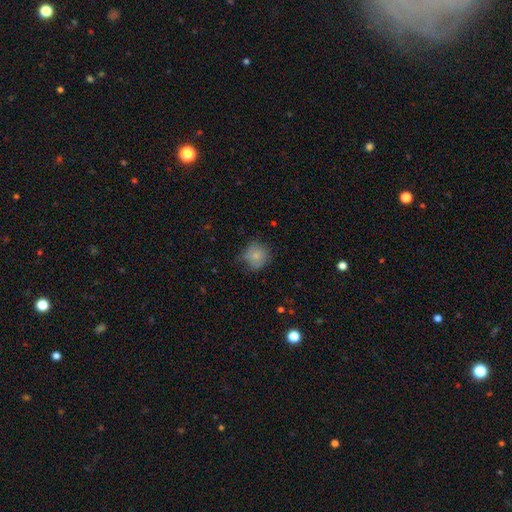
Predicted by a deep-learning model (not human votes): This is clearly a smooth galaxy (80%). How rounded: clearly round (88%). Merging: likely none (68%).